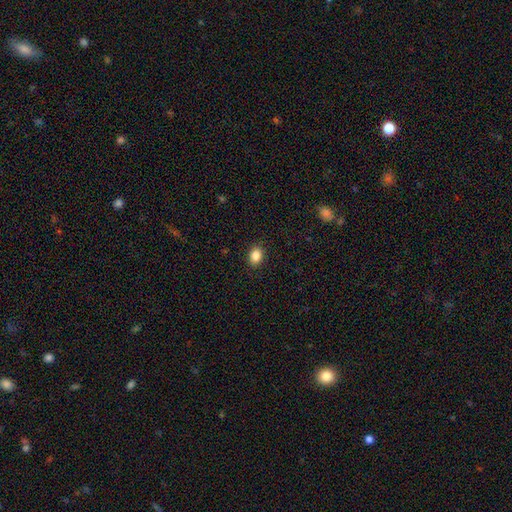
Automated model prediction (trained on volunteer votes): Smooth or featured? smooth (86%)
How rounded? in between (70%)
Merging? none (89%)